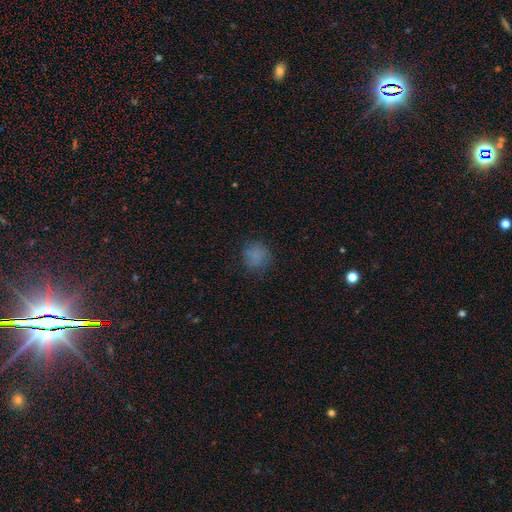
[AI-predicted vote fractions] smooth 74%, star or artifact 16%, featured or disk 10%. Down the decision tree: how rounded — round (86%); merging — none (77%).